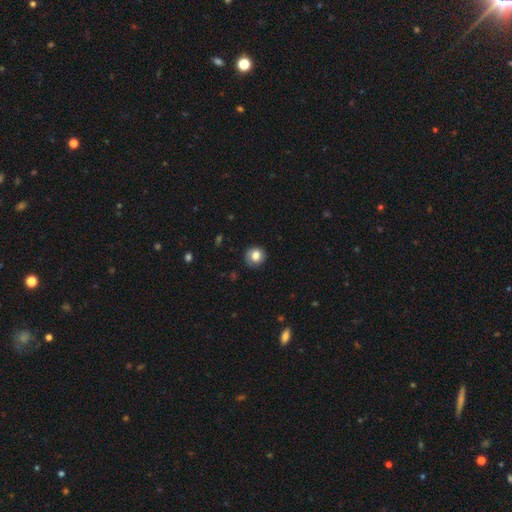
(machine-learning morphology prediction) Smooth or featured? Predicted: smooth (p=0.80). How rounded? Predicted: round (p=0.84). Merging? Predicted: none (p=0.81).